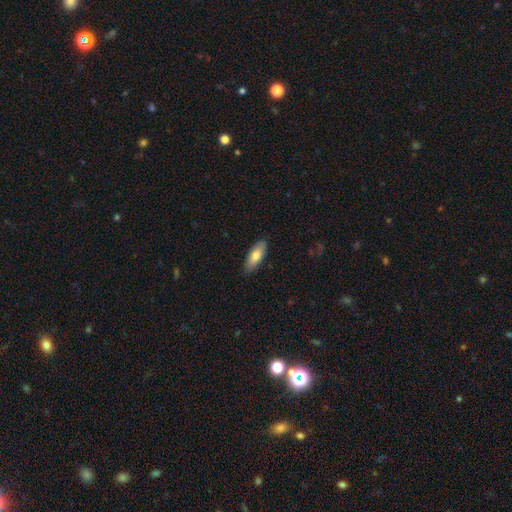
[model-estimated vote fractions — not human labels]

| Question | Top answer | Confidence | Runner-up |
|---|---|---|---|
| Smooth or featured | smooth | 76% | featured or disk (19%) |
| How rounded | in between | 70% | cigar-shaped (28%) |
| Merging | none | 85% | minor disturbance (12%) |